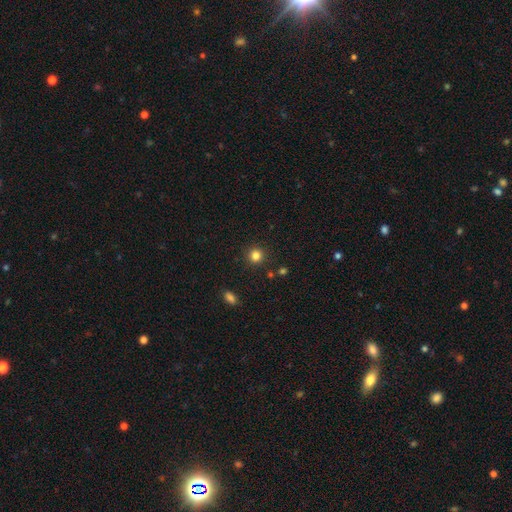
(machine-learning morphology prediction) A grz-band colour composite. It shows a smooth galaxy with no disk features (83%) that is round (92%). Merging: none (90%).